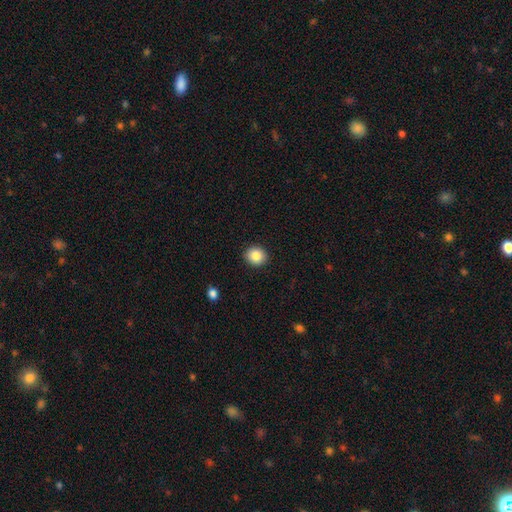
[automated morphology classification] The model was most divided on "how rounded": round: 77%, in between: 22%, cigar-shaped: 1%. More confident: merging — none (91%); smooth or featured — smooth (86%).